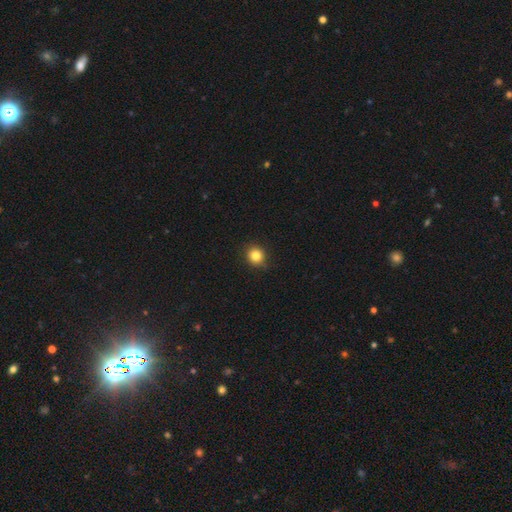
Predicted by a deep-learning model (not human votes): smooth-or-featured: smooth: 84% | star or artifact: 11% | featured or disk: 5%
  how-rounded: round: 87% | in between: 12% | cigar-shaped: 1%
  merging: none: 89% | minor disturbance: 9% | major disturbance: 2% | merger: 1%